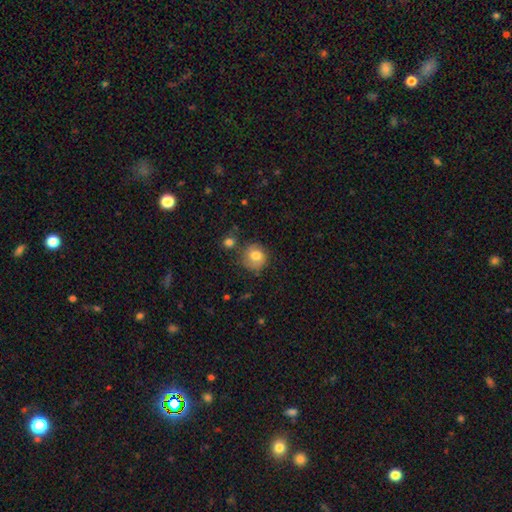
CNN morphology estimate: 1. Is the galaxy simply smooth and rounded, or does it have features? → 76% smooth, 15% featured or disk, 9% star or artifact.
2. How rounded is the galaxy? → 85% round, 14% in between, 1% cigar-shaped.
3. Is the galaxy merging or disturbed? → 69% none, 19% minor disturbance, 6% merger, 6% major disturbance.